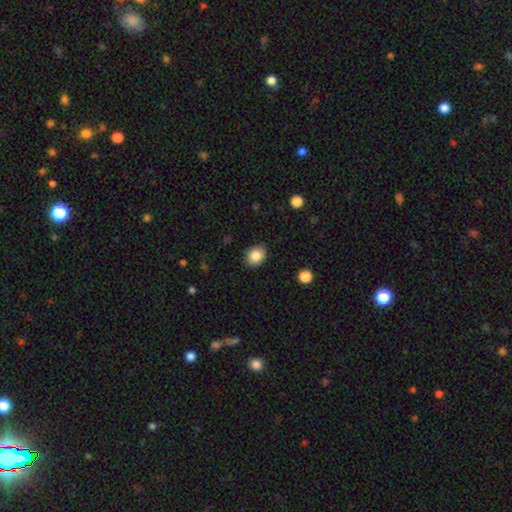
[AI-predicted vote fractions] Smooth or featured: smooth — 86% (star or artifact — 9%)
How rounded: round — 50% (in between — 49%)
Merging: none — 87% (minor disturbance — 9%)